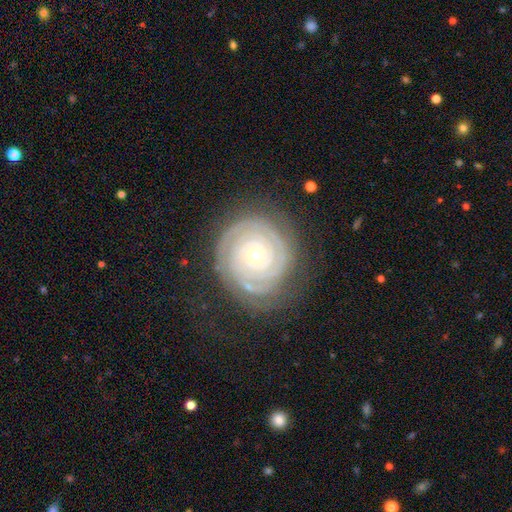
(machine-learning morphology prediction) type=featured or disk (87%); edge-on=no (97%); bar=no (81%); spiral arms=yes (97%); winding=tight (90%); arm count=2 (36%); bulge=small (63%); merging=none (79%).